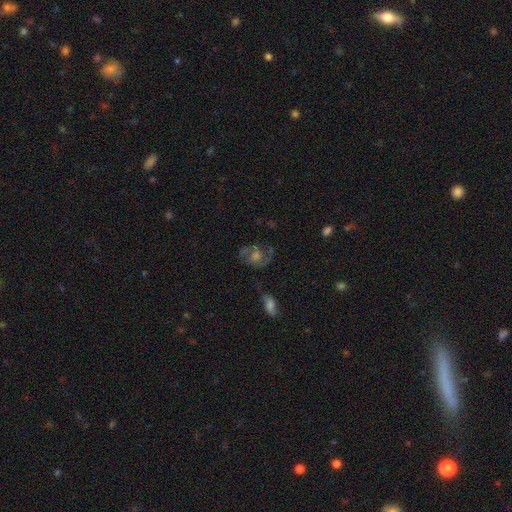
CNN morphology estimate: Q: Smooth or featured?
A: featured or disk (70%); runner-up: smooth (18%)
Q: Edge-on disk?
A: no (96%); runner-up: yes (4%)
Q: Bar?
A: no (54%); runner-up: weak (37%)
Q: Spiral arms?
A: yes (88%); runner-up: no (12%)
Q: Spiral winding?
A: medium (54%); runner-up: tight (26%)
Q: Spiral arm count?
A: 2 (82%); runner-up: can't tell (10%)
Q: Bulge size?
A: moderate (50%); runner-up: small (22%)
Q: Merging?
A: none (72%); runner-up: minor disturbance (16%)